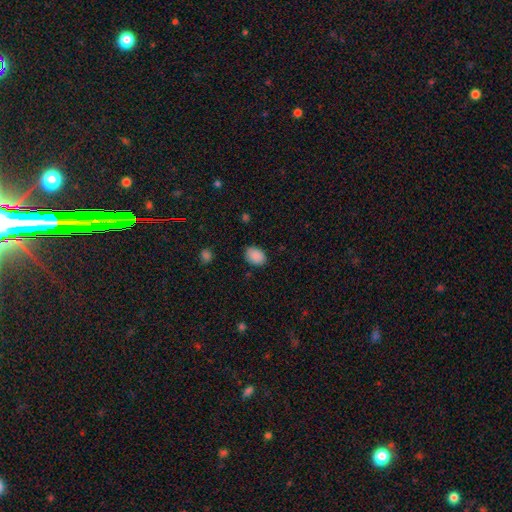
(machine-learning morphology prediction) Smooth or featured?
  - smooth: 89% *
  - star or artifact: 8%
  - featured or disk: 3%
How rounded?
  - in between: 77% *
  - round: 22%
  - cigar-shaped: 1%
Merging?
  - none: 84% *
  - minor disturbance: 12%
  - major disturbance: 3%
  - merger: 1%